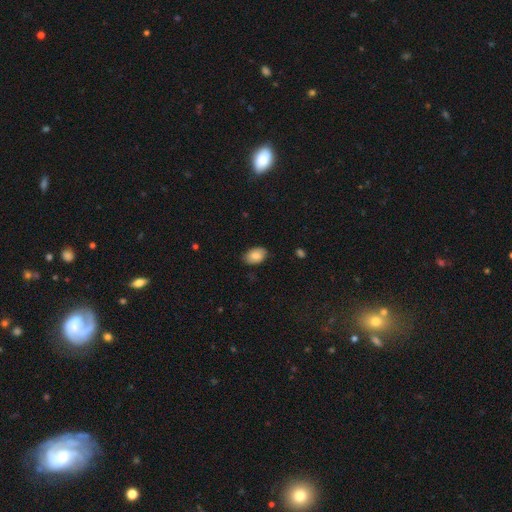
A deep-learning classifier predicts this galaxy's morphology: Smooth or featured? smooth (82%)
How rounded? in between (89%)
Merging? none (82%)